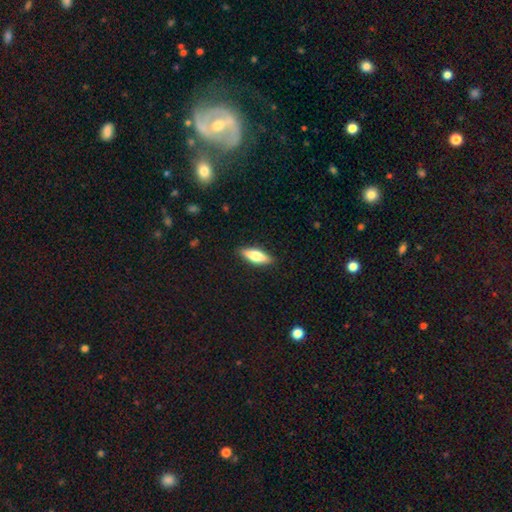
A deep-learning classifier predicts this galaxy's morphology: The model was most divided on "how rounded": in between: 57%, cigar-shaped: 41%, round: 2%. More confident: merging — none (88%); smooth or featured — smooth (67%).